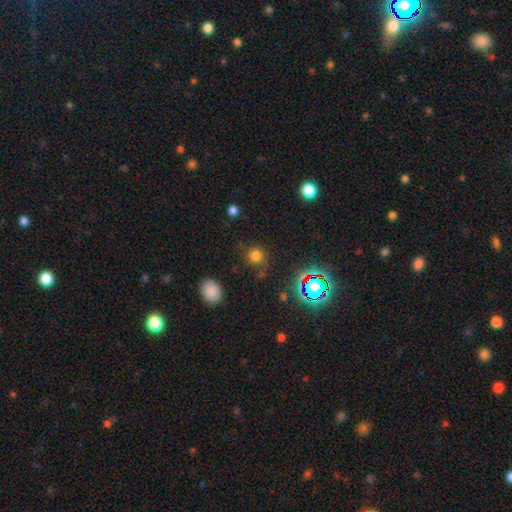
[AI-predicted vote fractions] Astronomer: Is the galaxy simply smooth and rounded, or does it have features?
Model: smooth — 72%.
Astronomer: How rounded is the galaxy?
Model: round — 89%.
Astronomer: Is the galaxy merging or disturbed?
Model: none — 75%.